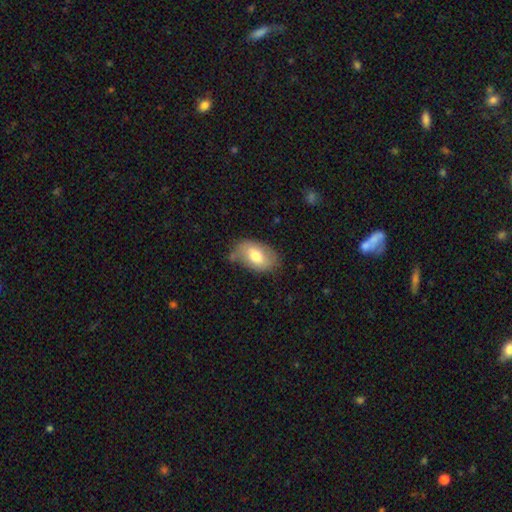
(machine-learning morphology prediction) Smooth or featured? Predicted: smooth (p=0.70). How rounded? Predicted: in between (p=0.92). Merging? Predicted: none (p=0.66).